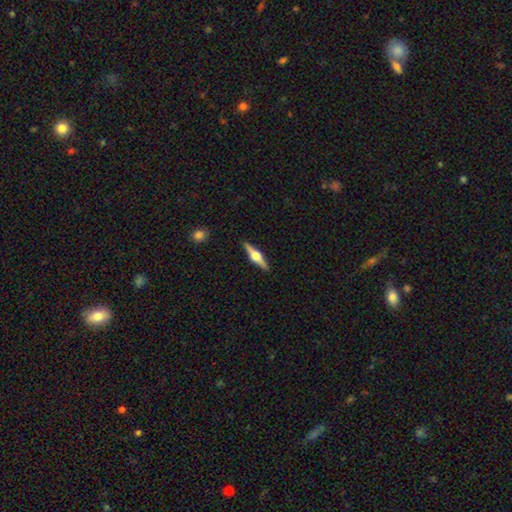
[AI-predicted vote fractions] Smooth or featured? featured or disk (75%)
Edge-on disk? yes (98%)
Edge-on bulge? rounded (95%)
Merging? none (91%)